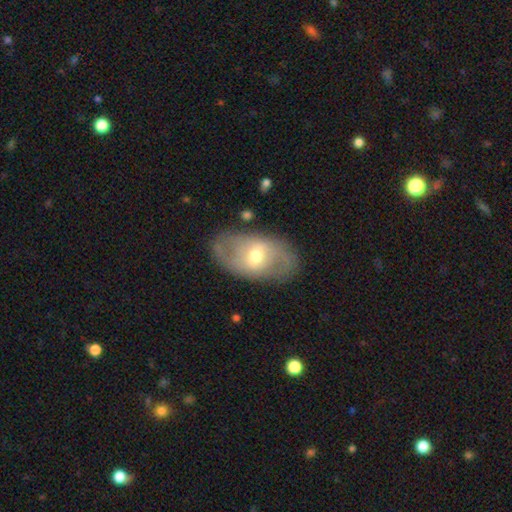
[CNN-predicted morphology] featured or disk 63%, smooth 31%, star or artifact 6%. Down the decision tree: edge-on disk — no (91%); bar — weak (50%); spiral arms — yes (57%); bulge size — moderate (61%); merging — none (79%).